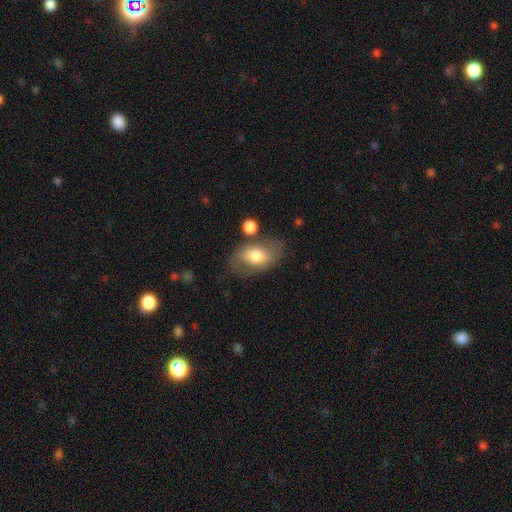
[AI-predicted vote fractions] Overall: smooth (64%; featured or disk 29%). How rounded: in between (88%). Merging: none (60%; minor disturbance 22%).